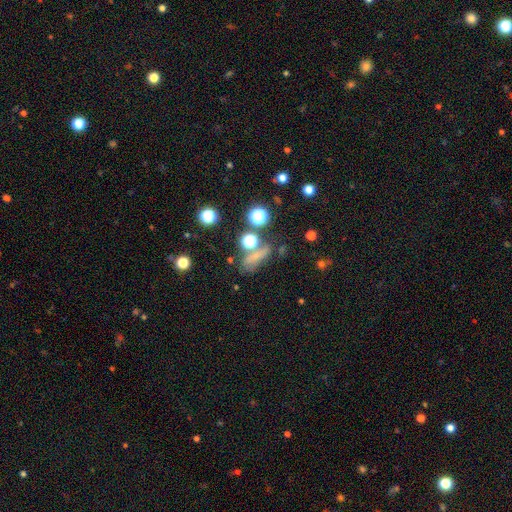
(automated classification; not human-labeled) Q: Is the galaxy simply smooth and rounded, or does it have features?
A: smooth — 53%.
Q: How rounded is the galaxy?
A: in between — 42%.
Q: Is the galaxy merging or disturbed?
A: none — 51%.